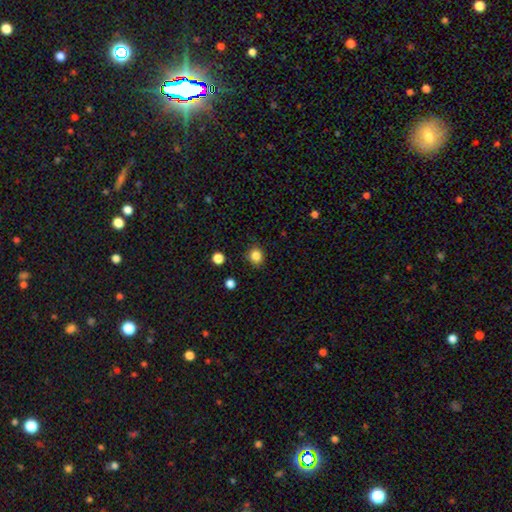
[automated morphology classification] smooth 84%, star or artifact 11%, featured or disk 4%. Down the decision tree: how rounded — round (75%); merging — none (84%).